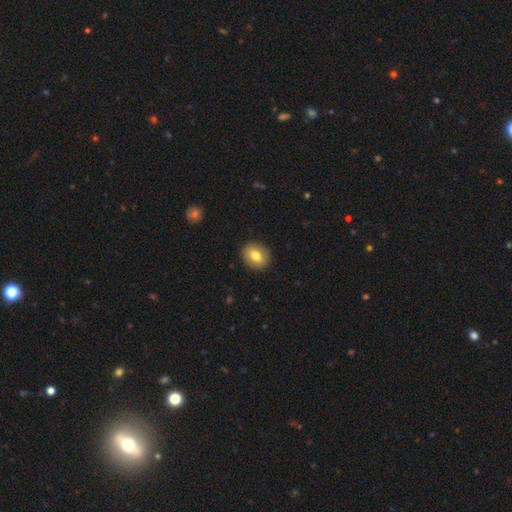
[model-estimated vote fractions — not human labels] This appears to be a smooth galaxy with no disk features (79%) that is round (51%). Merging: none (89%).